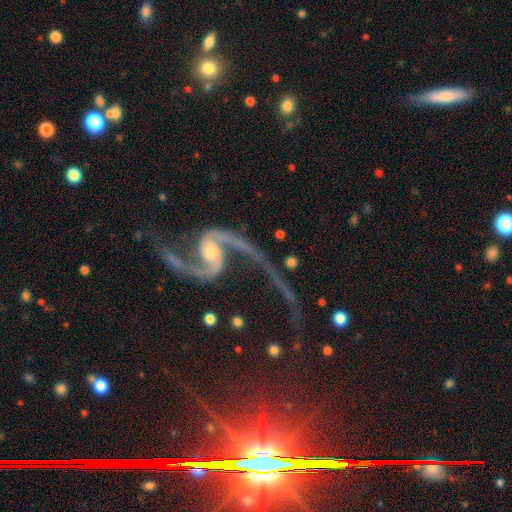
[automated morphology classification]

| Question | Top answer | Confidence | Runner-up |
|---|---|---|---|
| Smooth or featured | featured or disk | 91% | star or artifact (6%) |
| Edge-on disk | no | 97% | yes (3%) |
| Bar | no | 49% | weak (36%) |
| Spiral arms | yes | 97% | no (3%) |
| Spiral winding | loose | 73% | medium (22%) |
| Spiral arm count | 2 | 94% | 1 (2%) |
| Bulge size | moderate | 43% | tied: small (43%) |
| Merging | none | 57% | major disturbance (20%) |